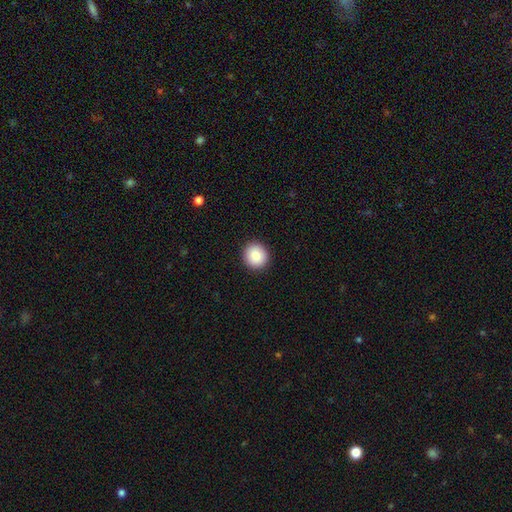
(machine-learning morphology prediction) The model was most divided on "smooth or featured": smooth: 85%, star or artifact: 8%, featured or disk: 6%. More confident: merging — none (92%); how rounded — round (92%).